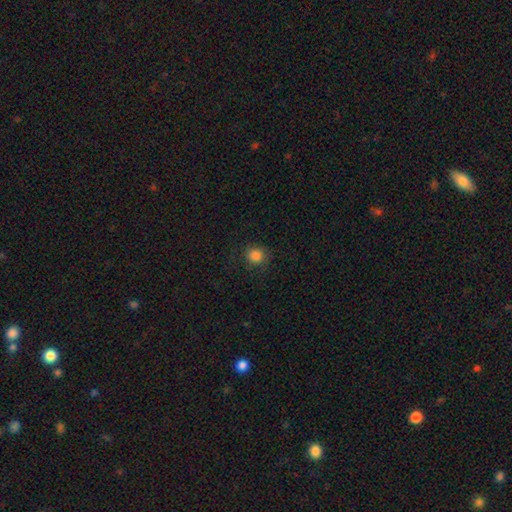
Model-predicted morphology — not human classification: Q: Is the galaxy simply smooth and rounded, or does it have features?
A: smooth — 83%.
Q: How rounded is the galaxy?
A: round — 87%.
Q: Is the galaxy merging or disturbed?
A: none — 80%.